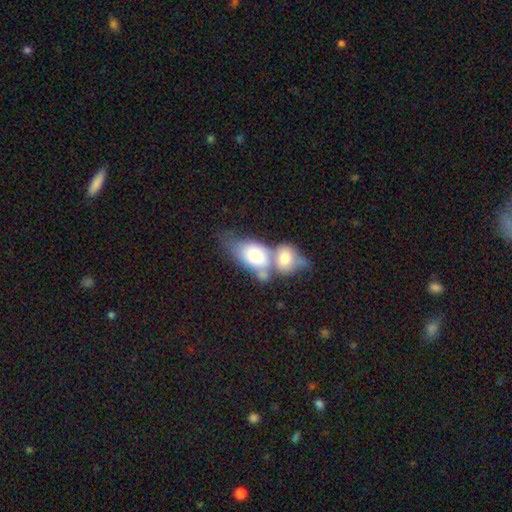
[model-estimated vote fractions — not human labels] This is likely a smooth galaxy (69%). How rounded: clearly in between (80%). Merging: likely merger (69%).